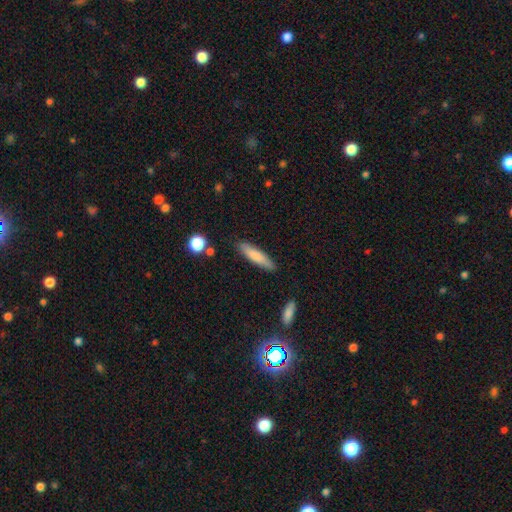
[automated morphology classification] smooth-or-featured: smooth: 79% | featured or disk: 15% | star or artifact: 6%
  how-rounded: cigar-shaped: 80% | in between: 18% | round: 1%
  merging: none: 85% | minor disturbance: 11% | major disturbance: 2% | merger: 2%